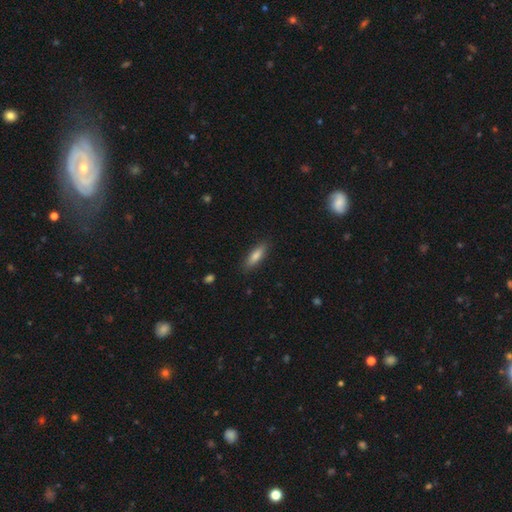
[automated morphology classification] type=smooth (78%); roundness=cigar-shaped (54%); merging=none (87%).